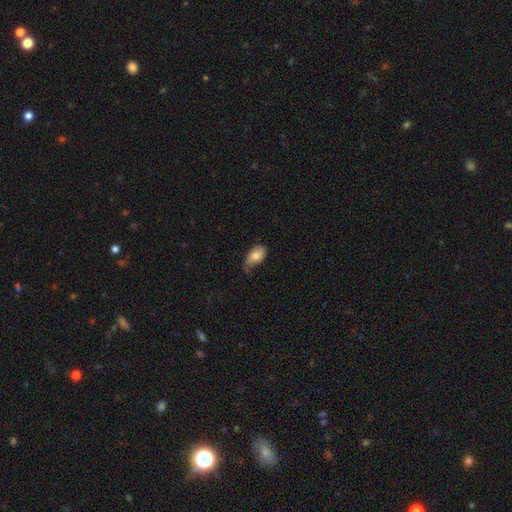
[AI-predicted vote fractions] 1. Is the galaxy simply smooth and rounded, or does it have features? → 74% smooth, 20% featured or disk, 7% star or artifact.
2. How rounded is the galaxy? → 92% in between, 5% round, 2% cigar-shaped.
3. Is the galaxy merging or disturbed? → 49% none, 40% minor disturbance, 10% major disturbance, 2% merger.